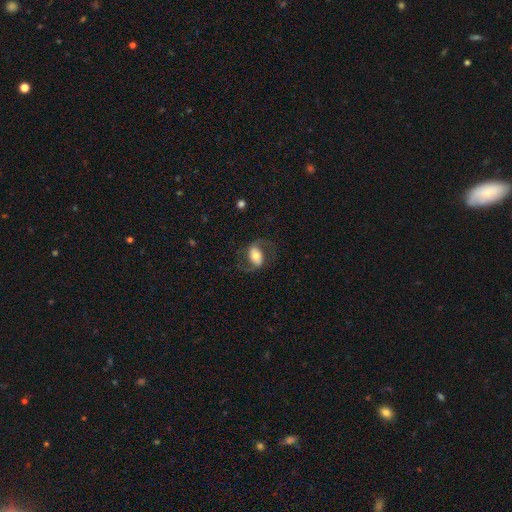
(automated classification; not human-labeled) Smooth or featured: featured or disk — 71% (smooth — 22%)
Edge-on disk: no — 96% (yes — 4%)
Bar: weak — 35% (no — 34%)
Spiral arms: yes — 91% (no — 9%)
Spiral winding: medium — 46% (loose — 43%)
Spiral arm count: 2 — 92% (can't tell — 3%)
Bulge size: moderate — 54% (large — 21%)
Merging: none — 70% (major disturbance — 15%)